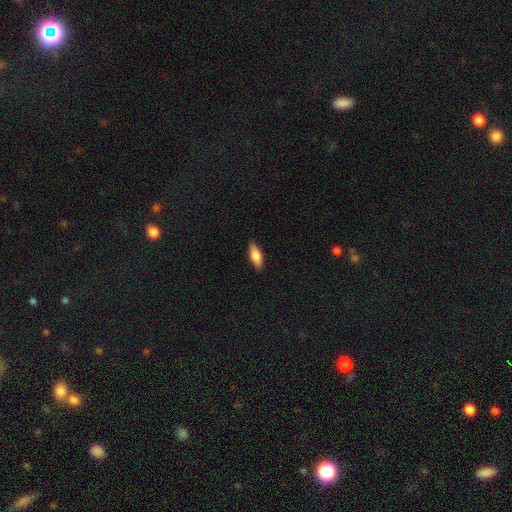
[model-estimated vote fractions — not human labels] This is likely a smooth galaxy (78%). How rounded: likely in between (69%). Merging: clearly none (88%).